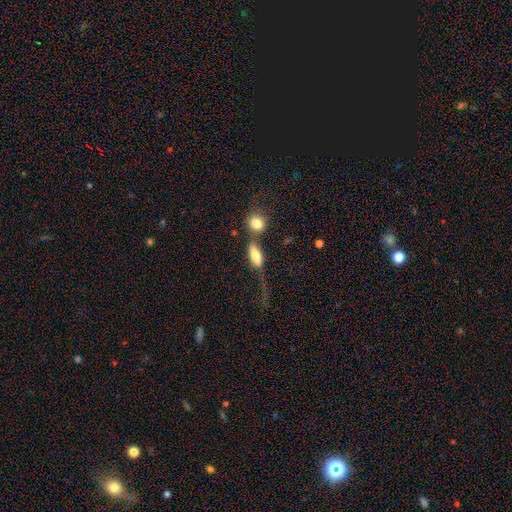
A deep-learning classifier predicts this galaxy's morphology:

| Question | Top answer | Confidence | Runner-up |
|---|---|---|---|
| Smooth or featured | smooth | 76% | featured or disk (15%) |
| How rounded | in between | 77% | cigar-shaped (15%) |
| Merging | none | 35% | merger (33%) |